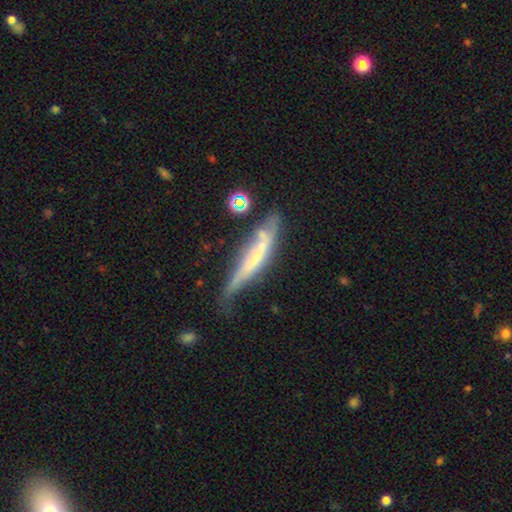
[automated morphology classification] smooth-or-featured: featured or disk: 58% | smooth: 35% | star or artifact: 8%
  disk-edge-on: yes: 75% | no: 25%
  merging: none: 44% | minor disturbance: 30% | major disturbance: 15% | merger: 10%